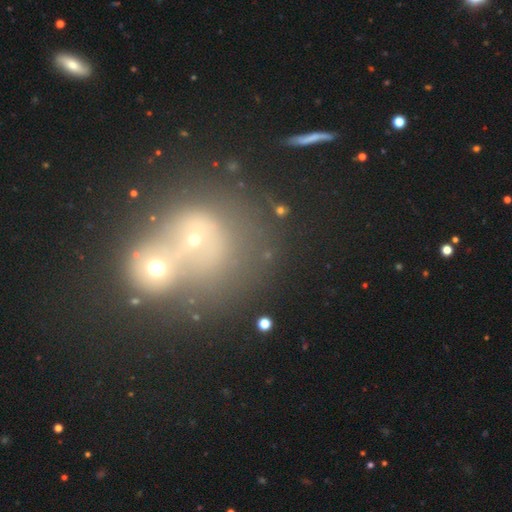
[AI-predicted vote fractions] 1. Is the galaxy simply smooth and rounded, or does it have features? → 39% smooth, 34% featured or disk, 27% star or artifact.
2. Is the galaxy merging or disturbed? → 75% merger, 15% none, 5% minor disturbance, 5% major disturbance.